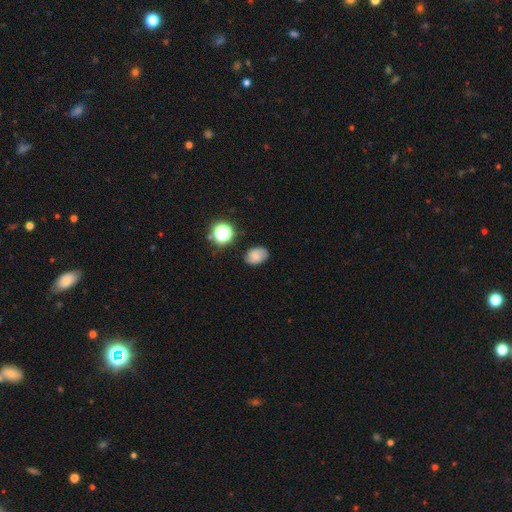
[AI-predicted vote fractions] smooth-or-featured: smooth: 65% | featured or disk: 21% | star or artifact: 14%
  how-rounded: in between: 73% | round: 26% | cigar-shaped: 1%
  merging: none: 77% | minor disturbance: 17% | major disturbance: 4% | merger: 2%